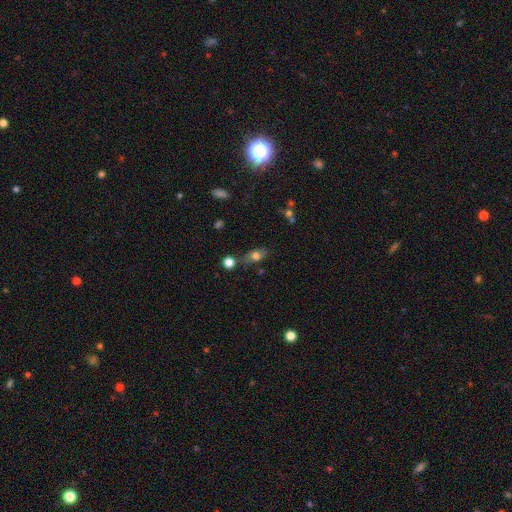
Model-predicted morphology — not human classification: smooth-or-featured: smooth: 70% | featured or disk: 18% | star or artifact: 12%
  how-rounded: in between: 71% | round: 19% | cigar-shaped: 10%
  merging: none: 66% | minor disturbance: 17% | merger: 11% | major disturbance: 5%